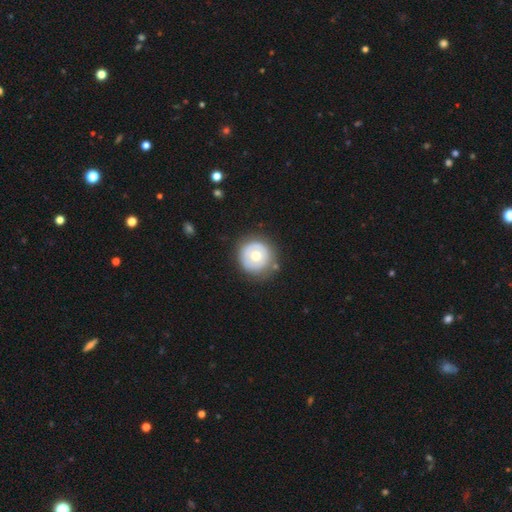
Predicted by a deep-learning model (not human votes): A smooth galaxy with no disk features (56%) that is round (95%).

Vote fractions:
- Smooth or featured? smooth: 56% / featured or disk: 38% / star or artifact: 7%
- How rounded? round: 95% / in between: 5% / cigar-shaped: 1%
- Merging? none: 77% / minor disturbance: 15% / major disturbance: 5% / merger: 3%